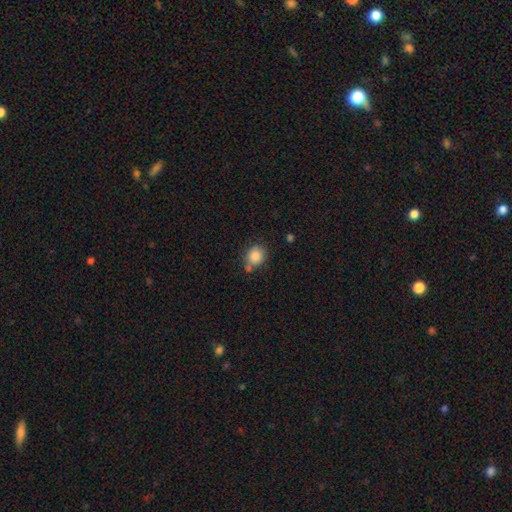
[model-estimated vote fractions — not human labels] Smooth or featured?
  - smooth: 86% *
  - star or artifact: 9%
  - featured or disk: 5%
How rounded?
  - round: 76% *
  - in between: 23%
  - cigar-shaped: 1%
Merging?
  - none: 66% *
  - minor disturbance: 16%
  - merger: 13%
  - major disturbance: 4%